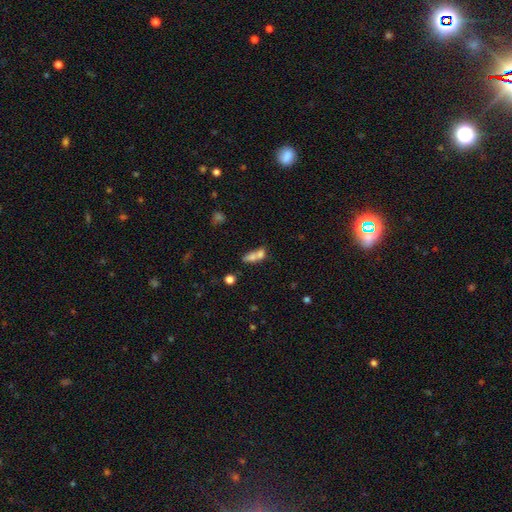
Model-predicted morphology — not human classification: Smooth or featured?
  - smooth: 69% *
  - featured or disk: 19%
  - star or artifact: 11%
How rounded?
  - in between: 61% *
  - round: 25%
  - cigar-shaped: 14%
Merging?
  - merger: 67% *
  - none: 21%
  - minor disturbance: 7%
  - major disturbance: 5%